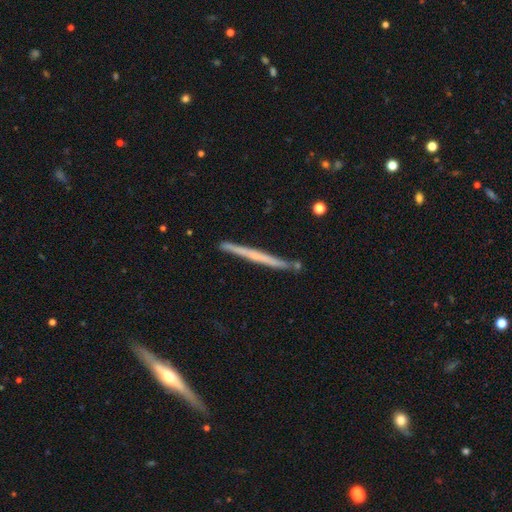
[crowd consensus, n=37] A featured or disk galaxy (70%) viewed edge-on (100%) with no central bulge (58%).

Vote fractions:
- Smooth or featured? featured or disk: 70% / smooth: 24% / star or artifact: 5%
- Edge-on disk? yes: 100% / no: 0%
- Edge-on bulge? none: 58% / rounded: 35% / boxy: 8%
- Merging? none: 86% / minor disturbance: 9% / merger: 6% / major disturbance: 0%